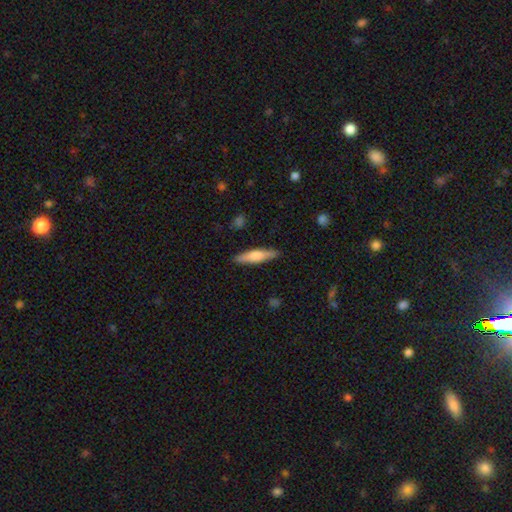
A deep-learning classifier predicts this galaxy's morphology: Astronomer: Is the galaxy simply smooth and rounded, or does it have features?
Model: smooth — 59% (runner-up: featured or disk, 35%).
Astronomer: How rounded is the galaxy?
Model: cigar-shaped — 78%.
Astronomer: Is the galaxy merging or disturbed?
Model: none — 89%.